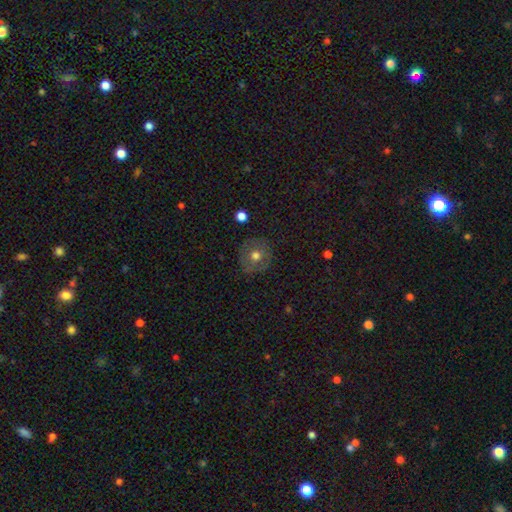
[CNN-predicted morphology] Overall: smooth (60%; featured or disk 30%). How rounded: round (88%). Merging: none (84%).